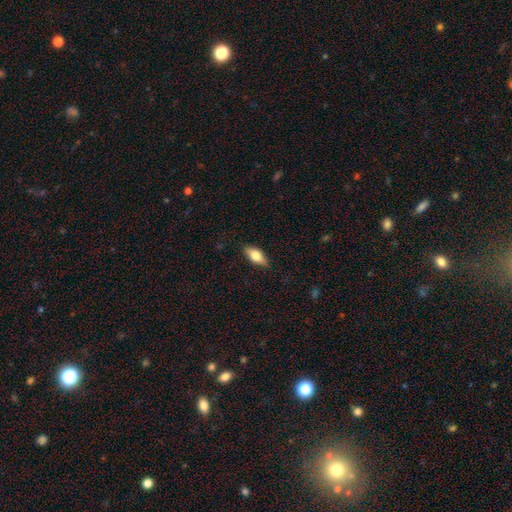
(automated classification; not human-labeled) Smooth or featured: smooth — 68% (featured or disk — 25%)
How rounded: in between — 81% (cigar-shaped — 16%)
Merging: none — 85% (minor disturbance — 12%)